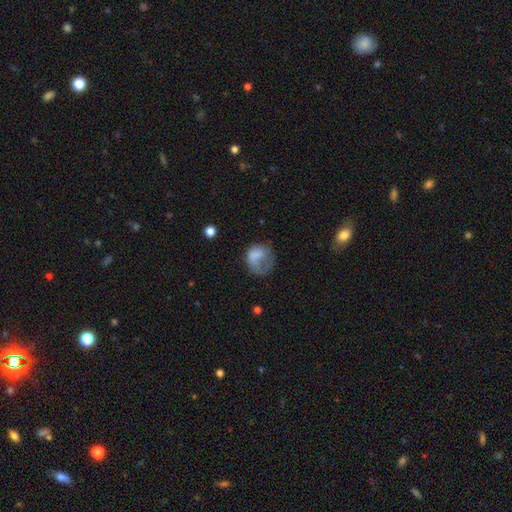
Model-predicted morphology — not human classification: type=smooth (69%); roundness=round (63%); merging=major disturbance (43%).